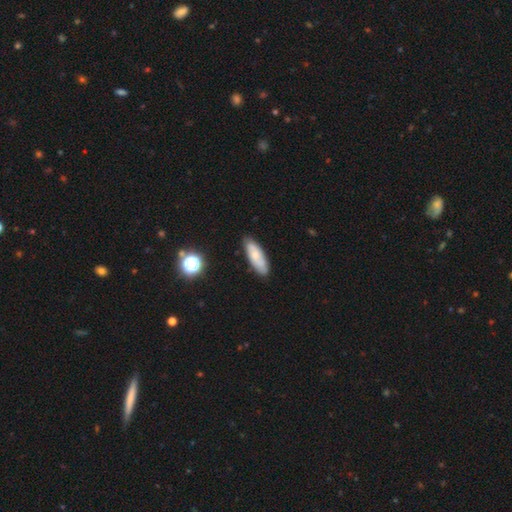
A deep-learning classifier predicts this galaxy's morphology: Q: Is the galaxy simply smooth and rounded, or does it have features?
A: smooth — 65%.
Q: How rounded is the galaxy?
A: in between — 64%.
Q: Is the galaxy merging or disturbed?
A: none — 83%.